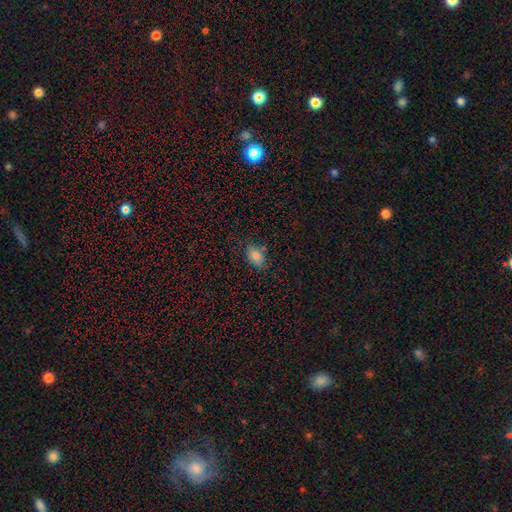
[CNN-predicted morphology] Overall: smooth (77%). How rounded: in between (85%). Merging: none (77%).